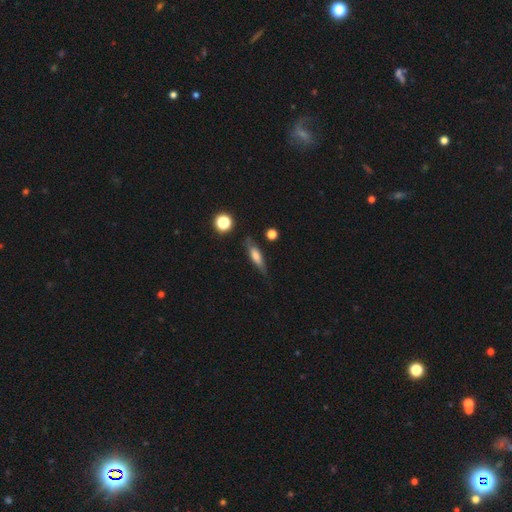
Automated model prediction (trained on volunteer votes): Smooth or featured? Predicted: smooth (p=0.57). How rounded? Predicted: cigar-shaped (p=0.64). Merging? Predicted: none (p=0.76).